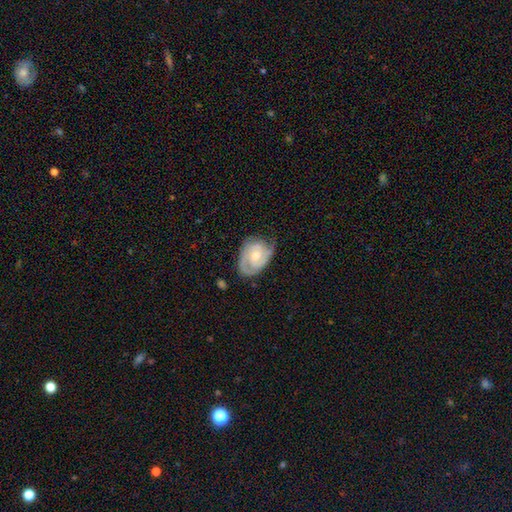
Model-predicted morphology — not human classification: This appears to be a featured or disk galaxy (77%) with no bar (68%), 2 (52%) tight (55%) spiral arms (93%) and a moderate central bulge (51%). Merging: none (61%).